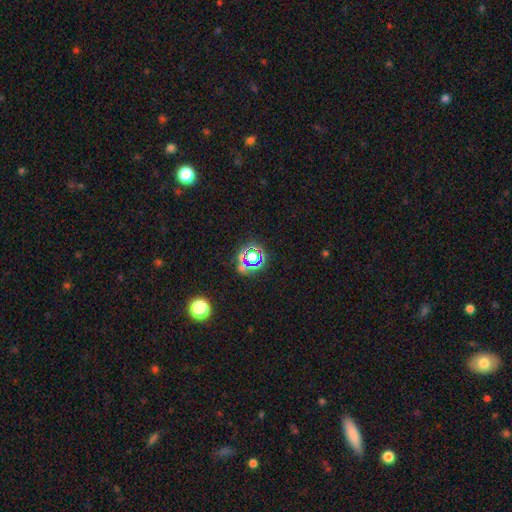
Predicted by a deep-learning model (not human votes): smooth_or_featured: star or artifact (p=0.62) [alt: smooth p=0.27]